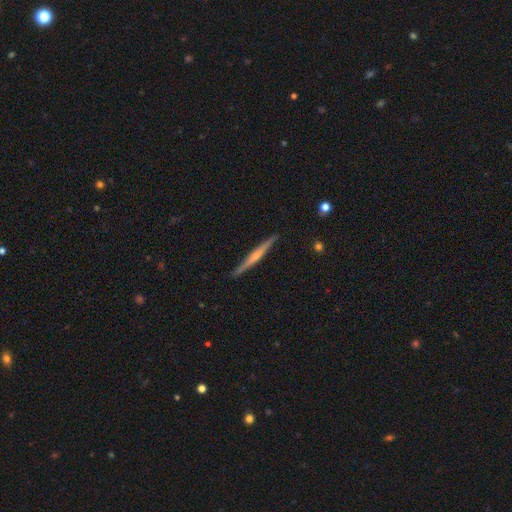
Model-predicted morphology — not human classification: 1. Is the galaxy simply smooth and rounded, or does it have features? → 64% featured or disk, 31% smooth, 5% star or artifact.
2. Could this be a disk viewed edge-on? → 98% yes, 2% no.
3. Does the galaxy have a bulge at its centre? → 46% rounded, 41% none, 13% boxy.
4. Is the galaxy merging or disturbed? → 90% none, 8% minor disturbance, 1% major disturbance, 1% merger.